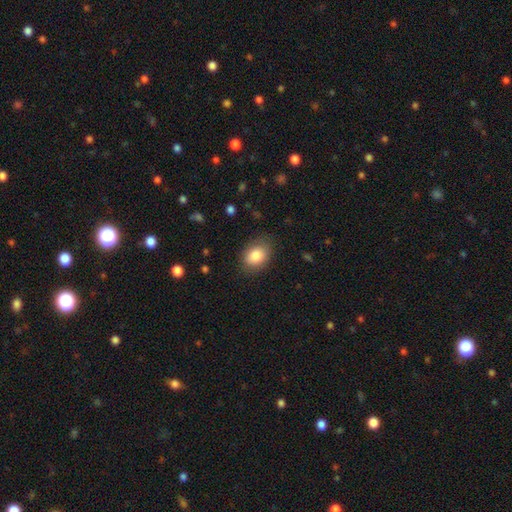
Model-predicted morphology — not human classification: smooth-or-featured: smooth: 83% | featured or disk: 10% | star or artifact: 8%
  how-rounded: in between: 72% | round: 27% | cigar-shaped: 1%
  merging: none: 81% | minor disturbance: 14% | major disturbance: 4% | merger: 1%